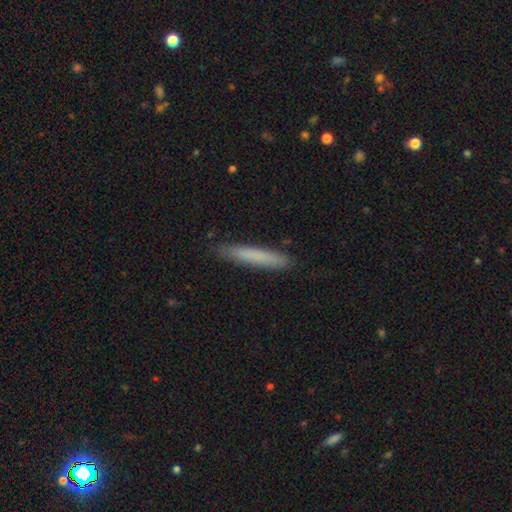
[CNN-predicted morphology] This is likely a smooth galaxy (75%). How rounded: clearly cigar-shaped (95%). Merging: clearly none (88%).